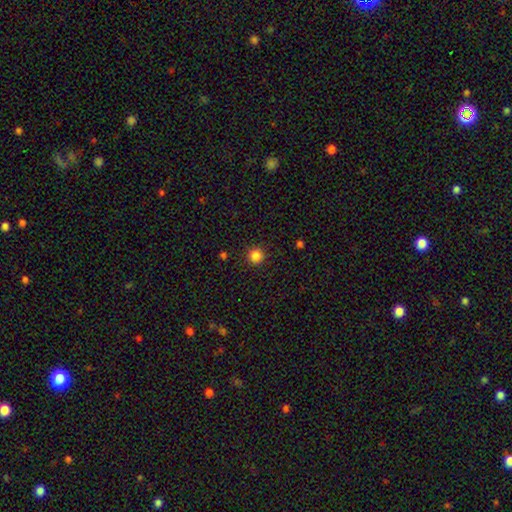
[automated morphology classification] Smooth or featured? smooth (85%)
How rounded? round (95%)
Merging? none (91%)